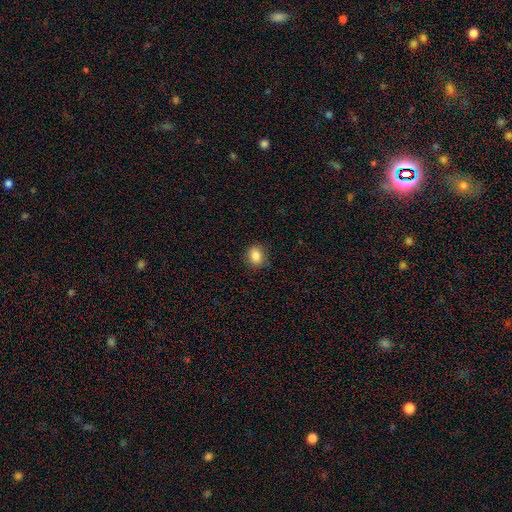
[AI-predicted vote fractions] A smooth galaxy with no disk features (85%) that is round (59%).

Vote fractions:
- Smooth or featured? smooth: 85% / star or artifact: 9% / featured or disk: 5%
- How rounded? round: 59% / in between: 40% / cigar-shaped: 1%
- Merging? none: 85% / minor disturbance: 11% / major disturbance: 3% / merger: 1%